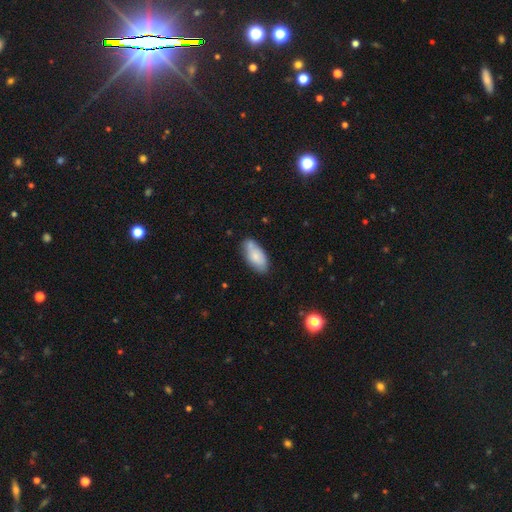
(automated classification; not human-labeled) The model was most divided on "merging": none: 64%, minor disturbance: 22%, merger: 10%, major disturbance: 4%. More confident: how rounded — in between (90%); smooth or featured — smooth (76%).